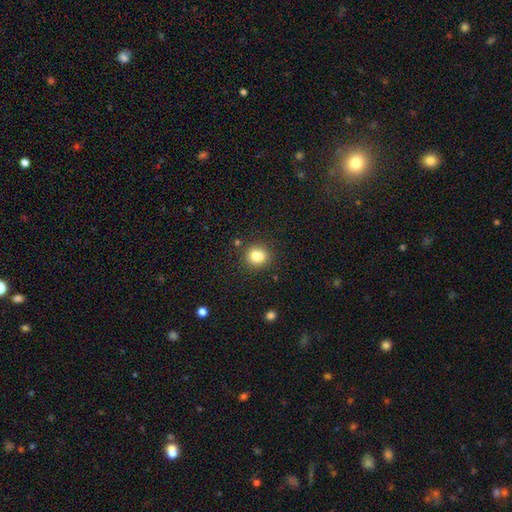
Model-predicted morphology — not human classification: Q: Smooth or featured?
A: smooth (82%); runner-up: star or artifact (11%)
Q: How rounded?
A: round (73%); runner-up: in between (26%)
Q: Merging?
A: none (78%); runner-up: minor disturbance (12%)